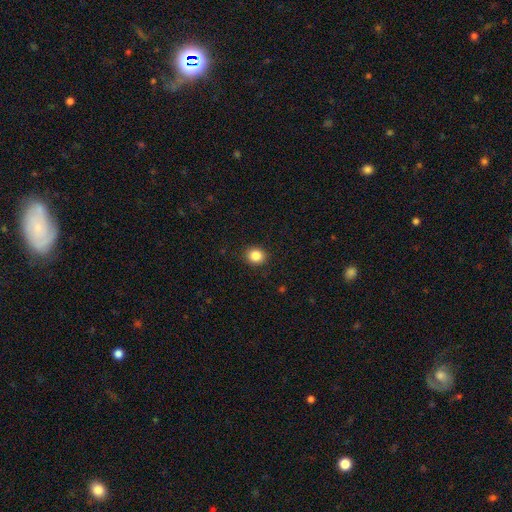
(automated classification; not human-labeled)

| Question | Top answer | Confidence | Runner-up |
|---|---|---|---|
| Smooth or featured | smooth | 86% | star or artifact (10%) |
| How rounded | round | 76% | in between (23%) |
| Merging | none | 91% | minor disturbance (7%) |